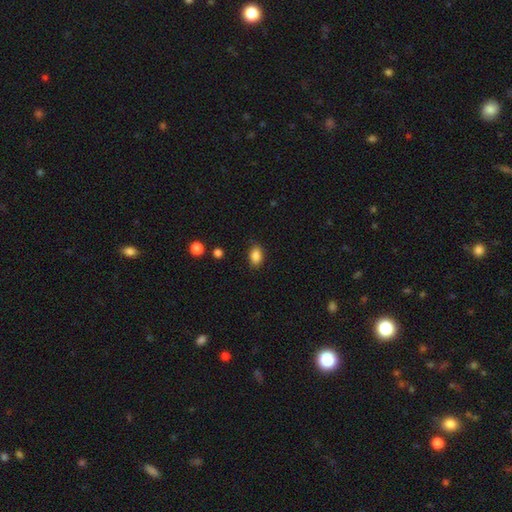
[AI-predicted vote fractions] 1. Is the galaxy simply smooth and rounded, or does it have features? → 86% smooth, 9% star or artifact, 4% featured or disk.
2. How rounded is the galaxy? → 82% in between, 16% round, 1% cigar-shaped.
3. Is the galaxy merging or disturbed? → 84% none, 12% minor disturbance, 3% major disturbance, 1% merger.